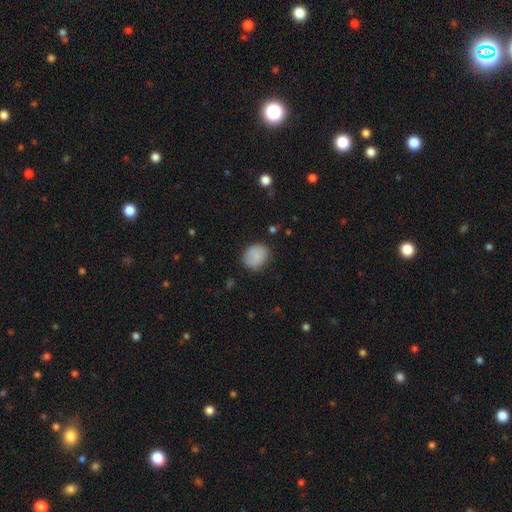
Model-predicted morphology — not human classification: Smooth or featured? smooth (86%)
How rounded? round (64%)
Merging? none (83%)